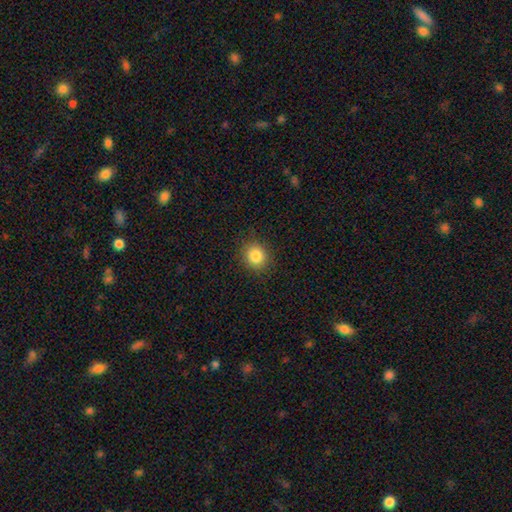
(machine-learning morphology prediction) smooth 84%, star or artifact 10%, featured or disk 5%. Down the decision tree: how rounded — round (85%); merging — none (89%).